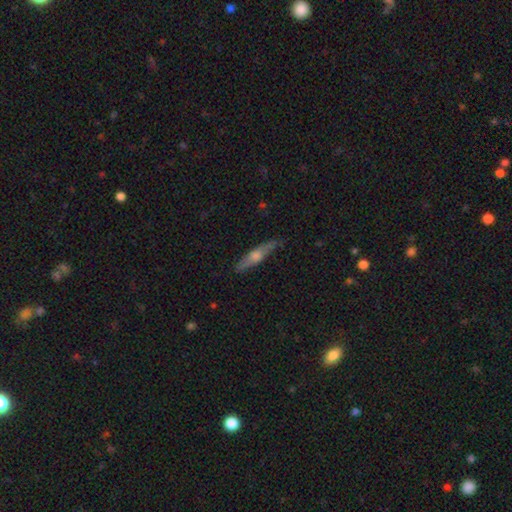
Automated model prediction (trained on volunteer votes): A featured or disk galaxy (57%) viewed edge-on (92%) with a rounded central bulge (88%).

Vote fractions:
- Smooth or featured? featured or disk: 57% / smooth: 36% / star or artifact: 6%
- Edge-on disk? yes: 92% / no: 8%
- Edge-on bulge? rounded: 88% / none: 6% / boxy: 5%
- Merging? none: 82% / minor disturbance: 14% / major disturbance: 3% / merger: 1%